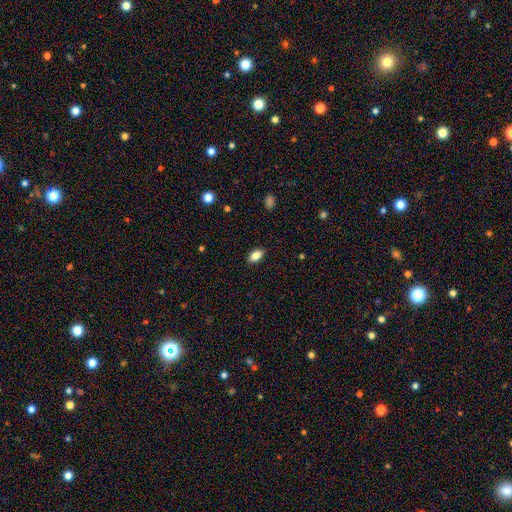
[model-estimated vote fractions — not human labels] Overall: smooth (85%). How rounded: in between (90%). Merging: none (88%).